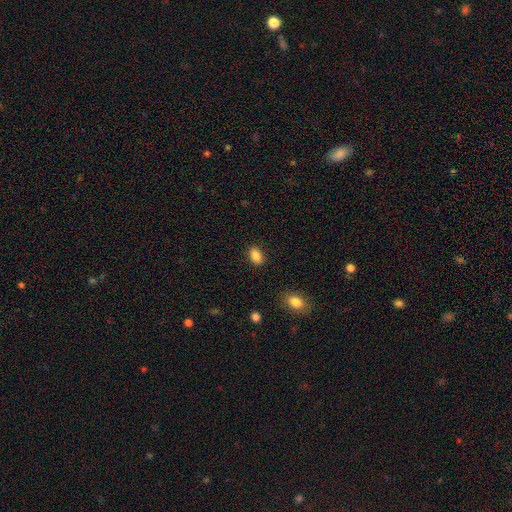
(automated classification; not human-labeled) Morphology: type=smooth (87%); roundness=in between (87%); merging=none (87%).